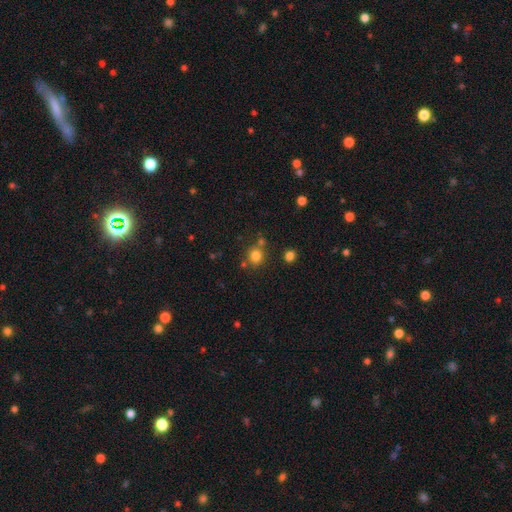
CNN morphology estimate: This is likely a smooth galaxy (80%). How rounded: clearly round (85%). Merging: likely none (74%).